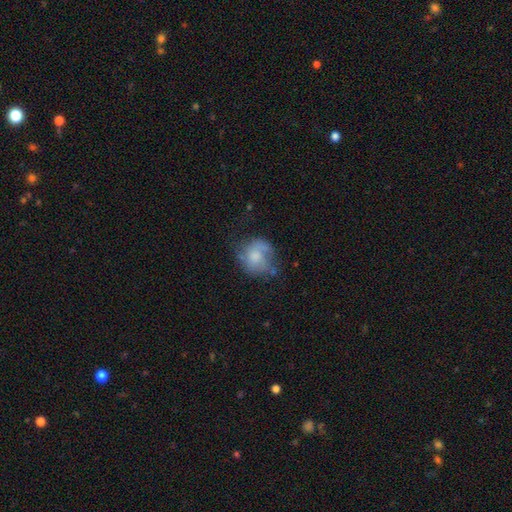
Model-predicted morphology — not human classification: A smooth galaxy with no disk features (52%) that is round (69%).

Vote fractions:
- Smooth or featured? smooth: 52% / featured or disk: 38% / star or artifact: 9%
- How rounded? round: 69% / in between: 30% / cigar-shaped: 1%
- Merging? none: 44% / minor disturbance: 28% / major disturbance: 23% / merger: 5%